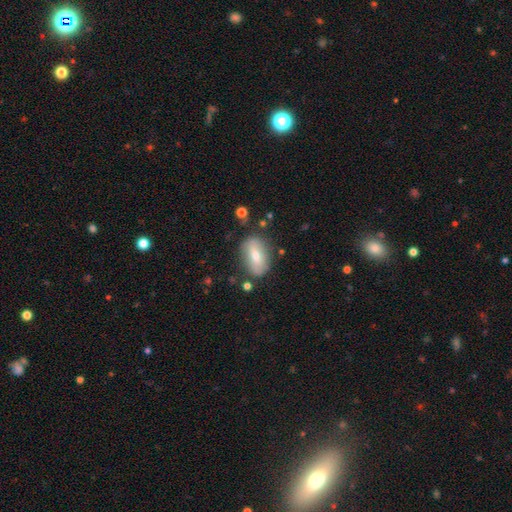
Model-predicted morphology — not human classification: This appears to be a smooth galaxy with no disk features (64%) that is in between round and cigar-shaped (88%). Merging: none (77%).